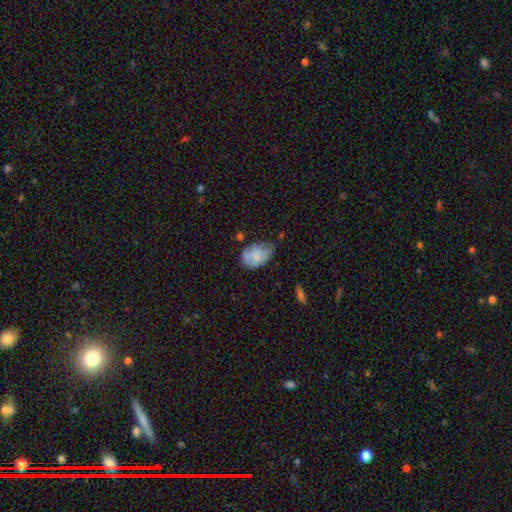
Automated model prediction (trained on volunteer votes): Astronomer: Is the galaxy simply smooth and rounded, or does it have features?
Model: smooth — 72%.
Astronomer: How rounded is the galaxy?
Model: in between — 79%.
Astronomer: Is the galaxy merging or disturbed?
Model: minor disturbance — 45% (runner-up: none, 35%).